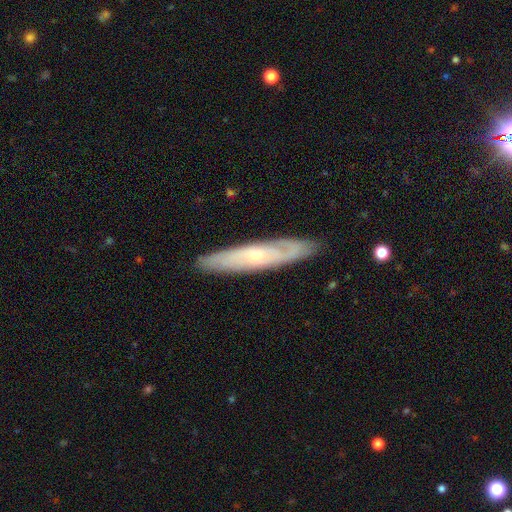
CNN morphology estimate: Smooth or featured?
  - featured or disk: 67% *
  - smooth: 26%
  - star or artifact: 6%
Edge-on disk?
  - no: 50% * (tied)
  - yes: 50% * (tied)
Merging?
  - none: 85% *
  - minor disturbance: 12%
  - major disturbance: 2%
  - merger: 1%